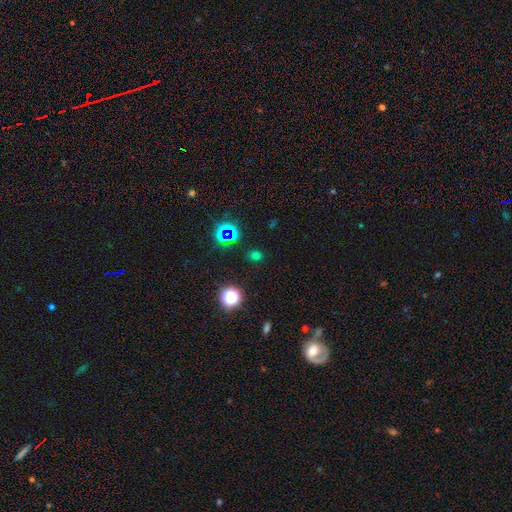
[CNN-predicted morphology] This is possibly a smooth galaxy (58%). How rounded: likely round (68%). Merging: clearly none (85%).